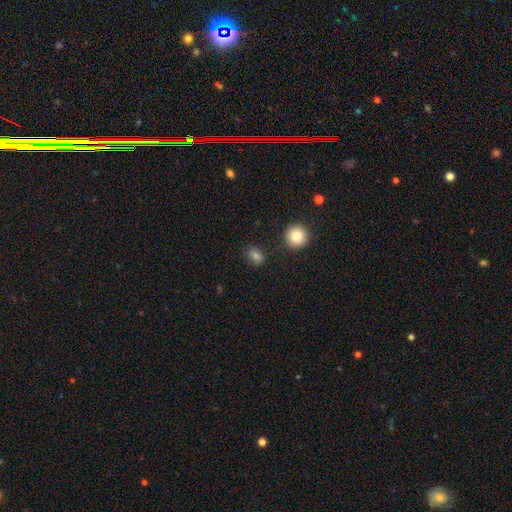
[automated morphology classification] type=smooth (82%); roundness=in between (60%); merging=none (83%).